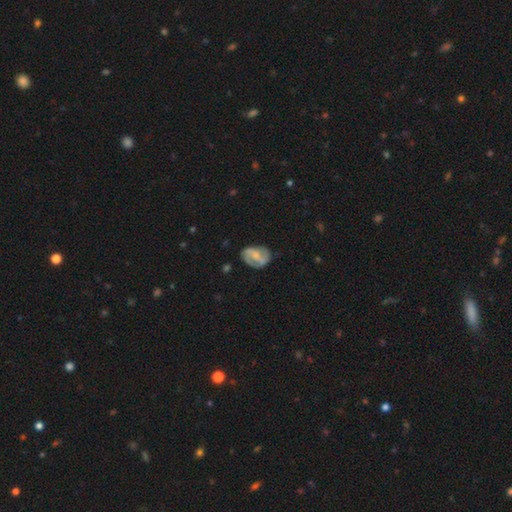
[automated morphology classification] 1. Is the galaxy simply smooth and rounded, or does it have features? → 63% featured or disk, 30% smooth, 7% star or artifact.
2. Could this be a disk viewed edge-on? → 97% no, 3% yes.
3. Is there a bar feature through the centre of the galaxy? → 43% weak, 37% no, 20% strong.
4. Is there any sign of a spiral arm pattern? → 79% yes, 21% no.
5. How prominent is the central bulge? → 37% small, 31% moderate, 26% none, 5% large, 1% dominant.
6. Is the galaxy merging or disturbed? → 63% none, 24% minor disturbance, 11% major disturbance, 2% merger.